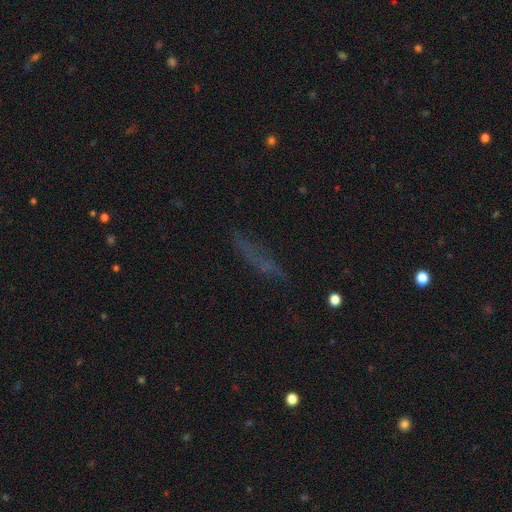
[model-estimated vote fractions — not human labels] Smooth or featured? Predicted: smooth (p=0.44). Merging? Predicted: none (p=0.73).